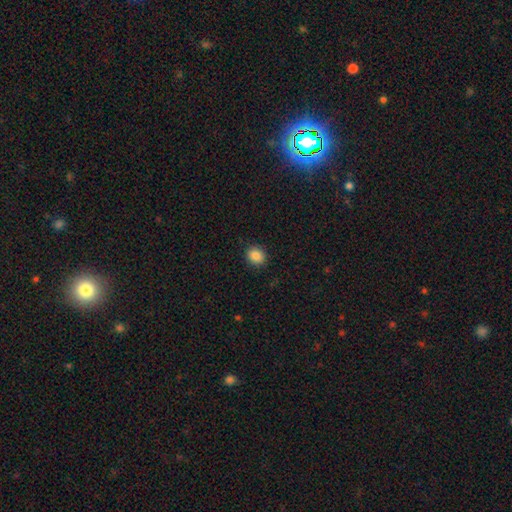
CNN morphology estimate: Overall: smooth (86%). How rounded: round (76%). Merging: none (91%).